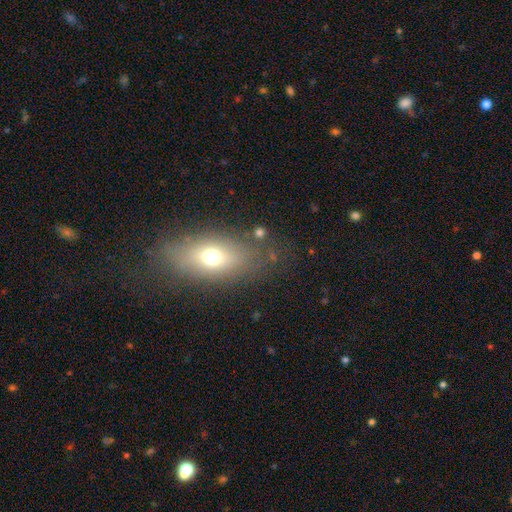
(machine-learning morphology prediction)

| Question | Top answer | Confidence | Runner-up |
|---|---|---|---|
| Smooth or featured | smooth | 57% | featured or disk (28%) |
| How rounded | in between | 75% | cigar-shaped (17%) |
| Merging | none | 76% | minor disturbance (16%) |